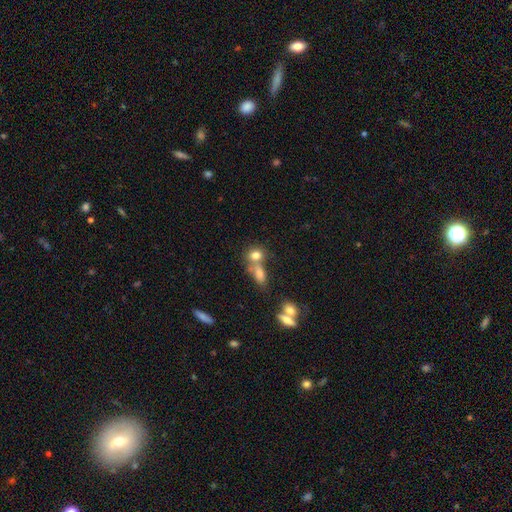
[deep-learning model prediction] smooth-or-featured: smooth: 77% | star or artifact: 12% | featured or disk: 12%
  how-rounded: in between: 49% (tied) | round: 49% (tied) | cigar-shaped: 3%
  merging: merger: 47% | none: 39% | minor disturbance: 9% | major disturbance: 4%